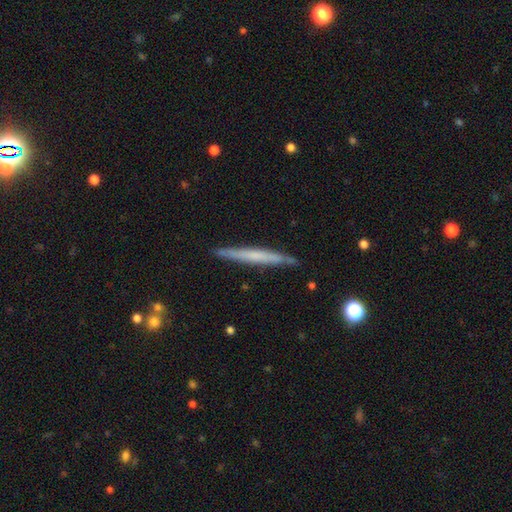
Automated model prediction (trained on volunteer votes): Smooth or featured? featured or disk (48%)
Merging? none (87%)